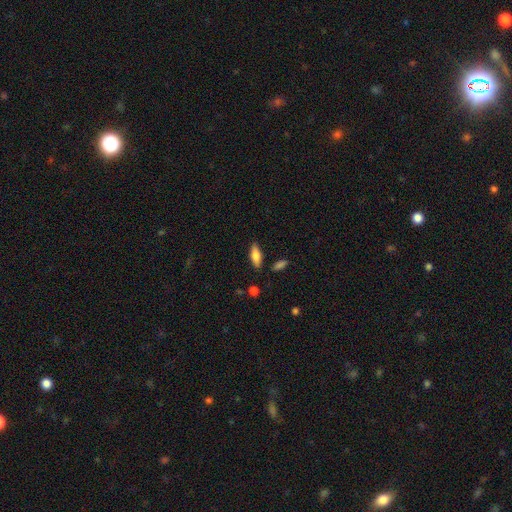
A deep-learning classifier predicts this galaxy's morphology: smooth 73%, featured or disk 20%, star or artifact 7%. Down the decision tree: how rounded — in between (68%); merging — none (83%).